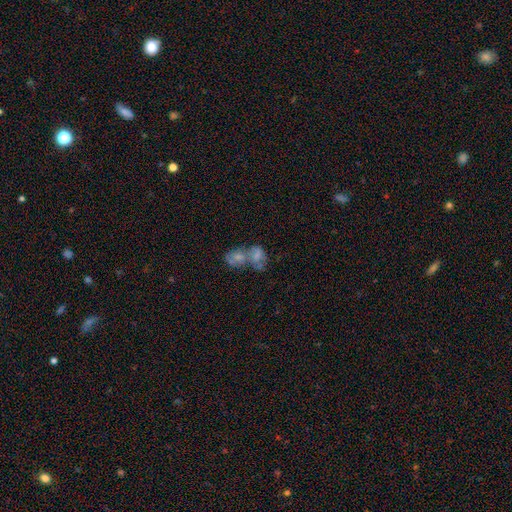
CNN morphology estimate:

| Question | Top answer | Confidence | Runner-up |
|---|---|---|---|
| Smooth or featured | smooth | 58% | featured or disk (31%) |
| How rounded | in between | 76% | round (22%) |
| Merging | merger | 74% | none (13%) |